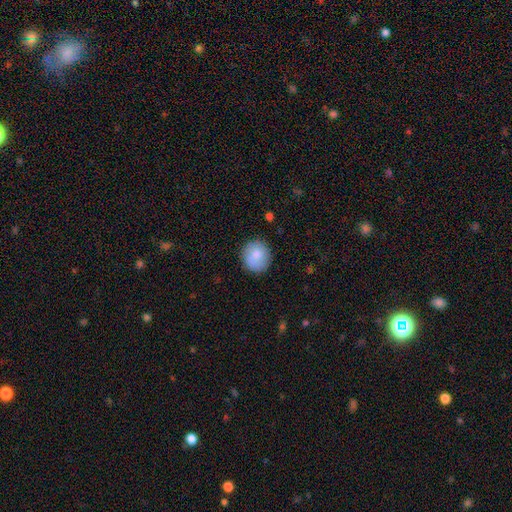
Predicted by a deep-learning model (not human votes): smooth 81%, featured or disk 12%, star or artifact 7%. Down the decision tree: how rounded — round (90%); merging — none (84%).